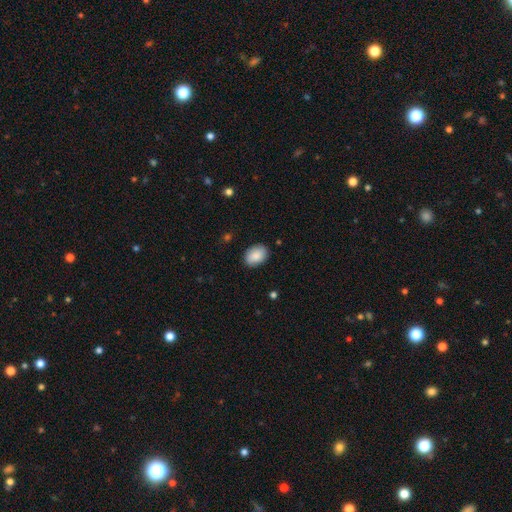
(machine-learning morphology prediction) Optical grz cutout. It shows a smooth galaxy with no disk features (88%) that is in between round and cigar-shaped (82%). Merging: none (87%).